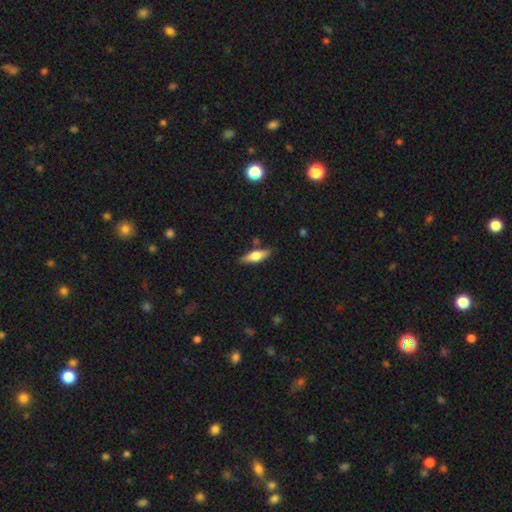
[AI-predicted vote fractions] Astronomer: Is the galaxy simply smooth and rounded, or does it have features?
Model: smooth — 57% (runner-up: featured or disk, 36%).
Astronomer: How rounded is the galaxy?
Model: cigar-shaped — 50% (runner-up: in between, 48%).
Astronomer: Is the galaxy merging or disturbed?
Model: none — 83%.